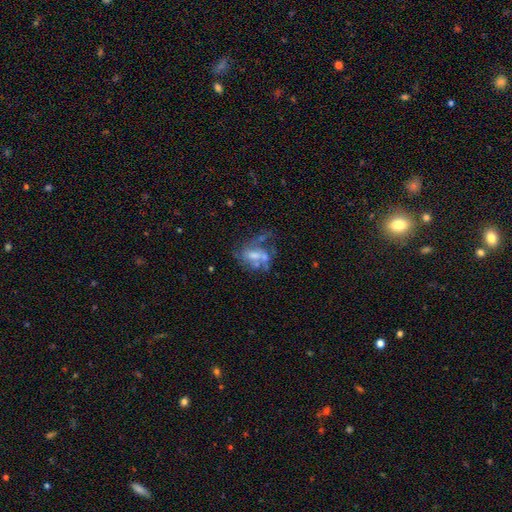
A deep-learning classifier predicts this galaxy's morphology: smooth_or_featured: featured or disk (p=0.58) [alt: smooth p=0.30]
disk_edge_on: no (p=0.97) [alt: yes p=0.03]
bar: no (p=0.63) [alt: weak p=0.29]
has_spiral_arms: no (p=0.59) [alt: yes p=0.41]
bulge_size: moderate (p=0.43) [alt: small p=0.24]
merging: major disturbance (p=0.32) [alt: none p=0.29]